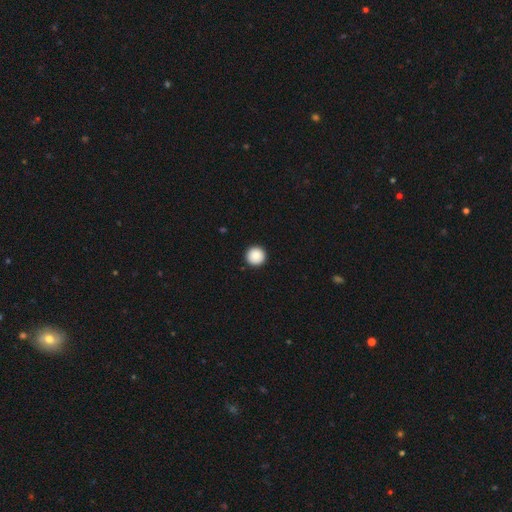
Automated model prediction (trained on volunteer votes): Morphology: type=smooth (89%); roundness=round (96%); merging=none (94%).